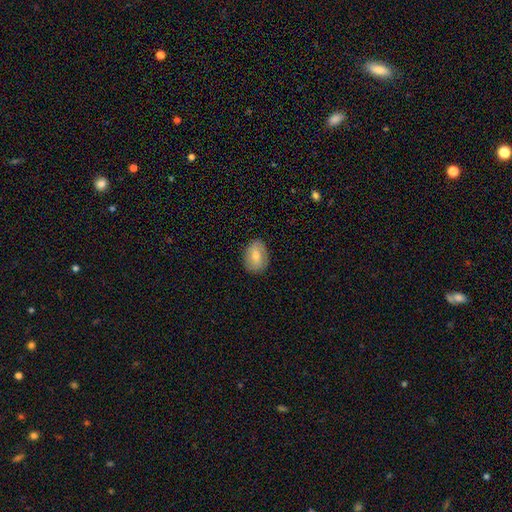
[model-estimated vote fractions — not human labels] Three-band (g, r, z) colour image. It shows a smooth galaxy with no disk features (60%) that is in between round and cigar-shaped (71%). Merging: none (85%).